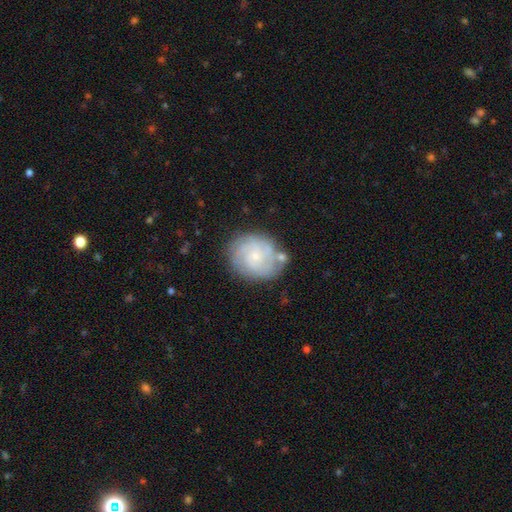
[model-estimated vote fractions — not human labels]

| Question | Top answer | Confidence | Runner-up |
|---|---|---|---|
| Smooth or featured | featured or disk | 64% | smooth (29%) |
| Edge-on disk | no | 98% | yes (2%) |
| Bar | no | 78% | weak (20%) |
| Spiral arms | yes | 86% | no (14%) |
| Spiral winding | tight | 63% | medium (28%) |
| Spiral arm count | can't tell | 42% | 3 (19%) |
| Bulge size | small | 78% | moderate (17%) |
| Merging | none | 70% | minor disturbance (18%) |